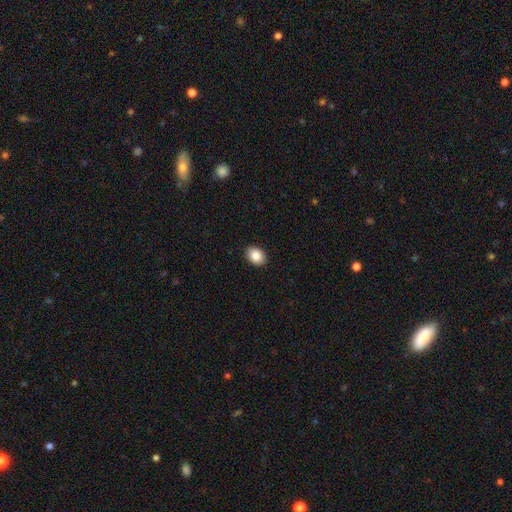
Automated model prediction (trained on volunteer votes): Smooth or featured? smooth (86%)
How rounded? in between (66%)
Merging? none (92%)